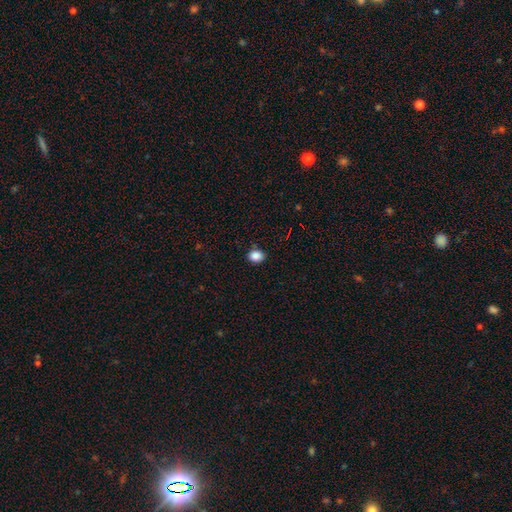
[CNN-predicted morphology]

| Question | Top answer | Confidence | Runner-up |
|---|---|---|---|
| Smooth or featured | smooth | 87% | star or artifact (10%) |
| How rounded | round | 53% | in between (46%) |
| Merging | none | 86% | minor disturbance (11%) |